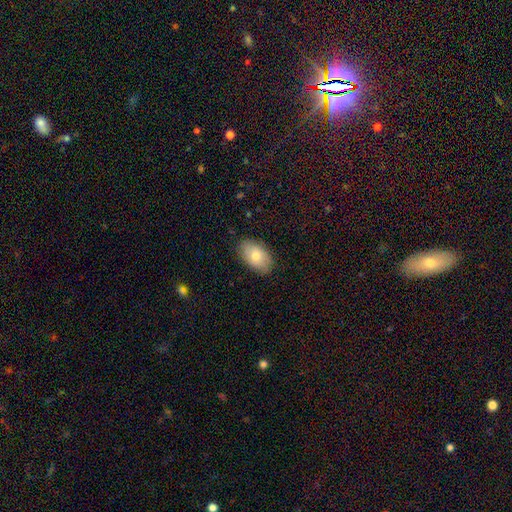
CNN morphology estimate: This appears to be a smooth galaxy with no disk features (76%) that is in between round and cigar-shaped (92%). Merging: none (85%).